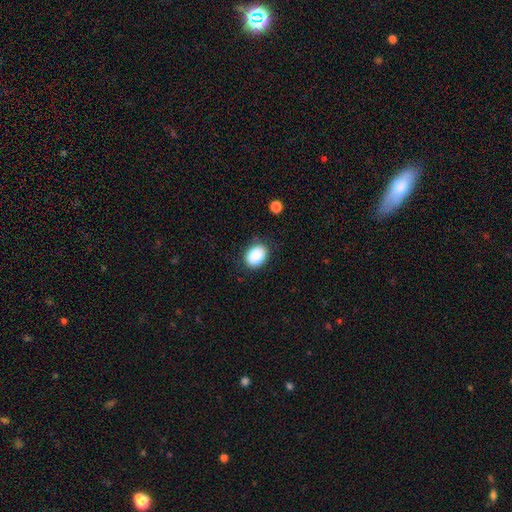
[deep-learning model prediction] Smooth or featured: smooth — 88% (star or artifact — 8%)
How rounded: in between — 69% (round — 30%)
Merging: none — 83% (minor disturbance — 12%)